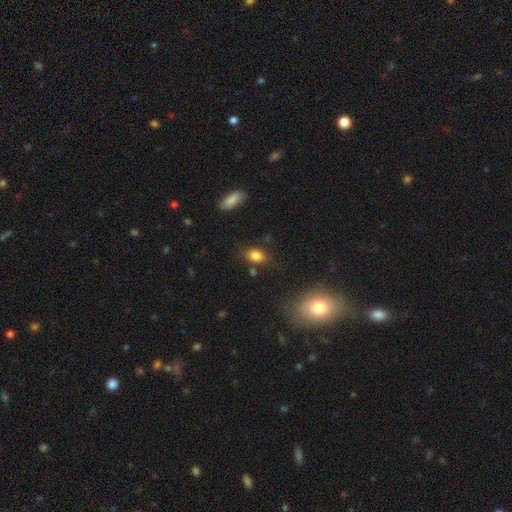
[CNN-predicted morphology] This appears to be a smooth galaxy with no disk features (84%) that is in between round and cigar-shaped (78%). Merging: none (76%).